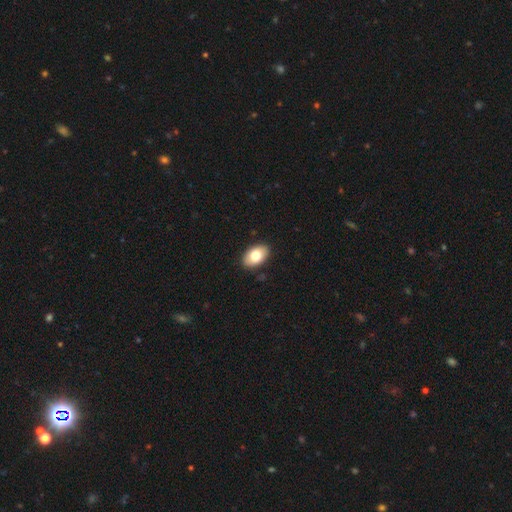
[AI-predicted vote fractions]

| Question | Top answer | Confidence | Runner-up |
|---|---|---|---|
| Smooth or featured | smooth | 79% | featured or disk (14%) |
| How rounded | in between | 92% | round (7%) |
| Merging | none | 89% | minor disturbance (8%) |